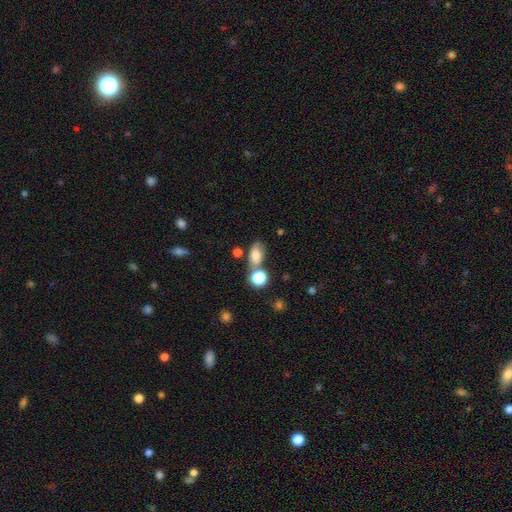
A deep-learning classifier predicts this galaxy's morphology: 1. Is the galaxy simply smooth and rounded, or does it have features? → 74% smooth, 14% featured or disk, 13% star or artifact.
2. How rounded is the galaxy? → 81% in between, 15% round, 4% cigar-shaped.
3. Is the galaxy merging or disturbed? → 56% none, 21% merger, 17% minor disturbance, 6% major disturbance.